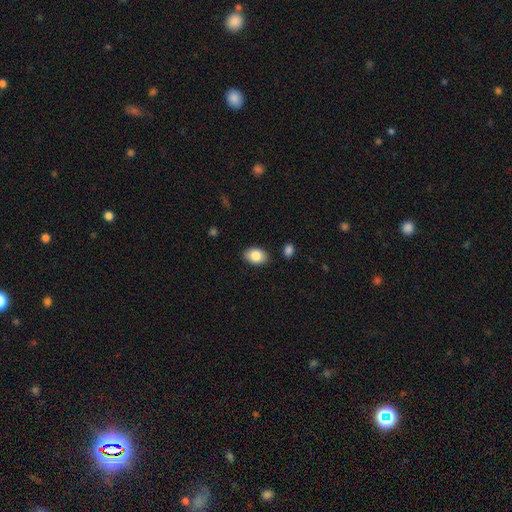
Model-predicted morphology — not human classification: A smooth galaxy with no disk features (85%) that is in between round and cigar-shaped (84%).

Vote fractions:
- Smooth or featured? smooth: 85% / featured or disk: 8% / star or artifact: 7%
- How rounded? in between: 84% / round: 15% / cigar-shaped: 1%
- Merging? none: 86% / minor disturbance: 10% / merger: 2% / major disturbance: 2%